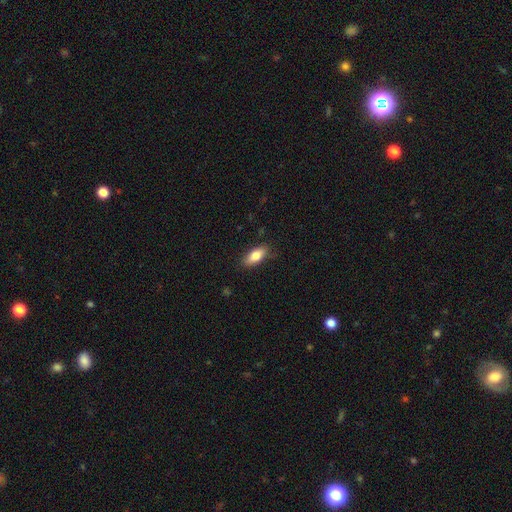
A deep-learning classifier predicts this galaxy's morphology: Overall: smooth (80%). How rounded: in between (81%). Merging: none (83%).